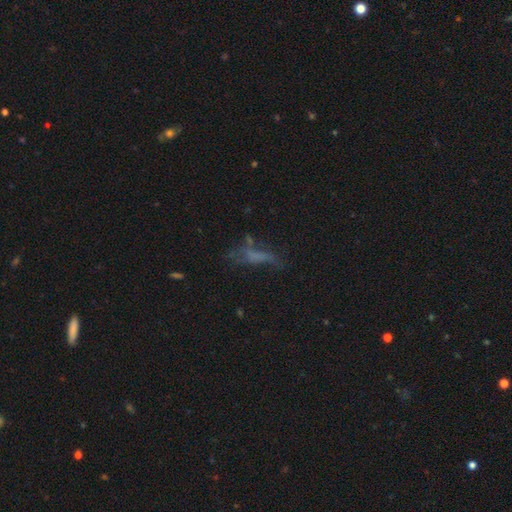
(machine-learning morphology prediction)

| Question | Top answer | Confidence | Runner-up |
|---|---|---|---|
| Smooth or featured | smooth | 41% | featured or disk (37%) |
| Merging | none | 39% | major disturbance (31%) |